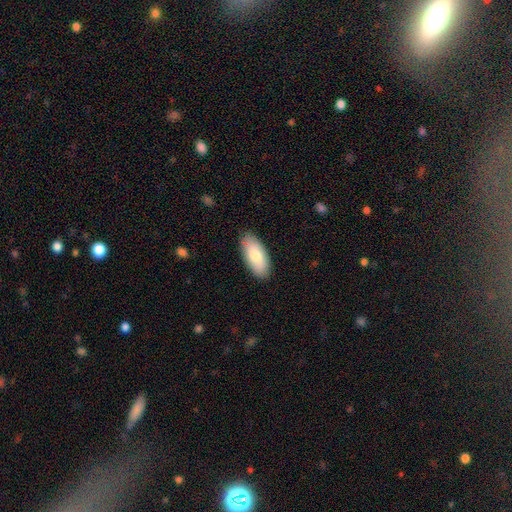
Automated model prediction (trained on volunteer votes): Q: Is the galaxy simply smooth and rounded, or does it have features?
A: smooth — 78%.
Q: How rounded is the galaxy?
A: in between — 92%.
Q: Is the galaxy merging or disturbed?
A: none — 83%.